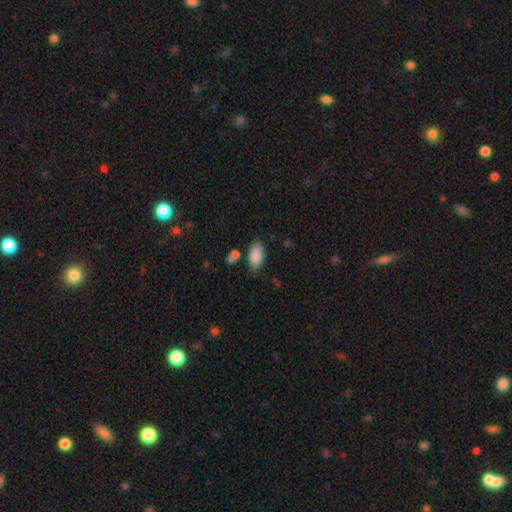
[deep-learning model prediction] Morphology: type=smooth (88%); roundness=in between (92%); merging=none (78%).